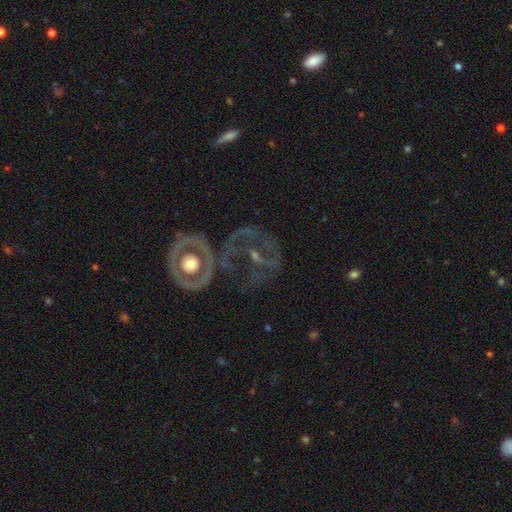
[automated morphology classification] Smooth or featured? featured or disk (67%)
Edge-on disk? no (94%)
Bar? no (71%)
Spiral arms? no (59%)
Bulge size? moderate (47%)
Merging? none (52%)